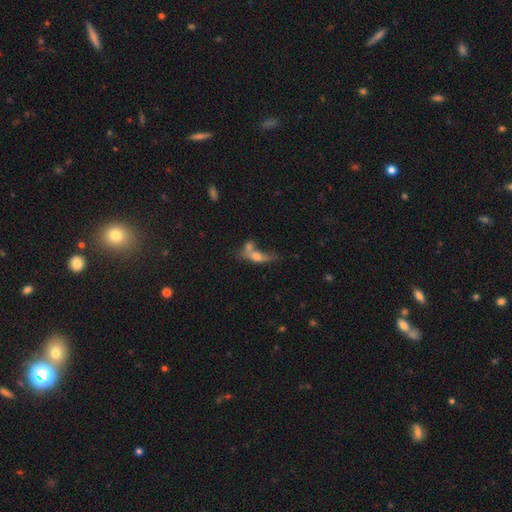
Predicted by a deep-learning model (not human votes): A smooth galaxy with no disk features (54%) that is in between round and cigar-shaped (55%). Merging: merger (45%).